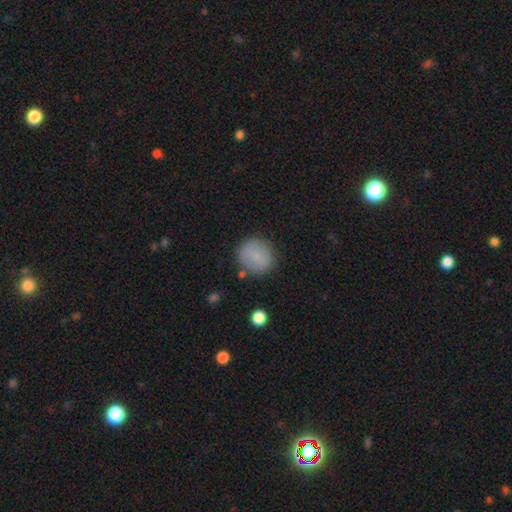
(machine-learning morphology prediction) This is clearly a smooth galaxy (81%). How rounded: clearly round (87%). Merging: clearly none (84%).